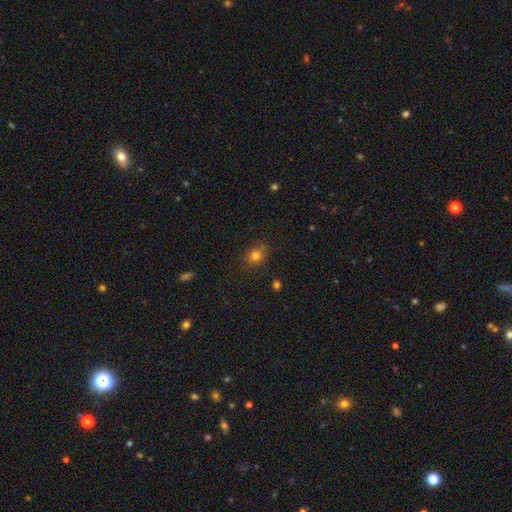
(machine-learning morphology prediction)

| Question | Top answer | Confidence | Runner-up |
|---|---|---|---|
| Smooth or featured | smooth | 77% | star or artifact (15%) |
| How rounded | round | 68% | in between (31%) |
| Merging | none | 78% | minor disturbance (15%) |